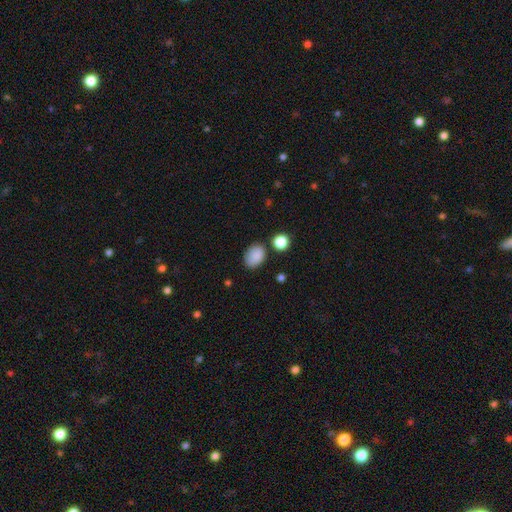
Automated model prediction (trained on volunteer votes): The model was most divided on "how rounded": in between: 73%, round: 26%, cigar-shaped: 1%. More confident: smooth or featured — smooth (85%); merging — none (73%).